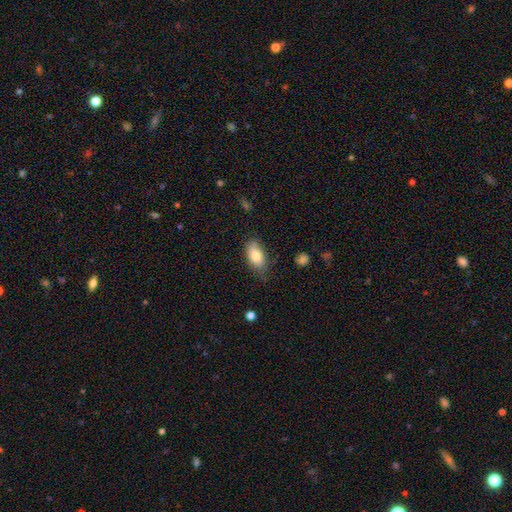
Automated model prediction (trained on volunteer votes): Smooth or featured? smooth (80%)
How rounded? in between (91%)
Merging? none (70%)